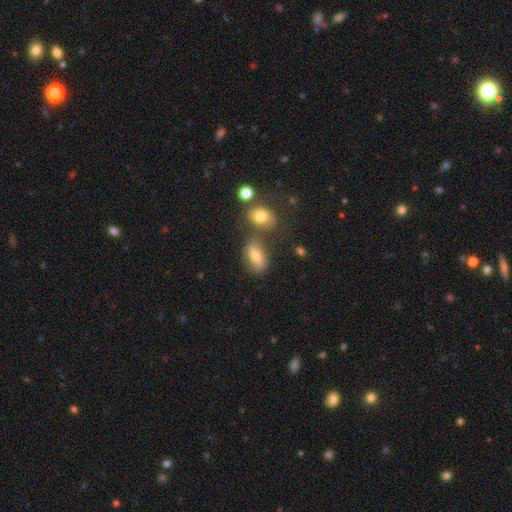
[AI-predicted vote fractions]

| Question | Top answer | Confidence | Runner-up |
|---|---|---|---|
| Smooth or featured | smooth | 64% | featured or disk (25%) |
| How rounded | in between | 85% | round (11%) |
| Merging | none | 59% | merger (17%) |